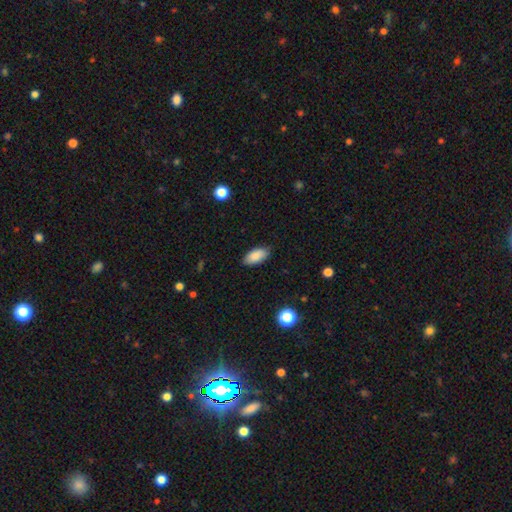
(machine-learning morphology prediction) Overall: smooth (88%). How rounded: in between (92%). Merging: none (86%).